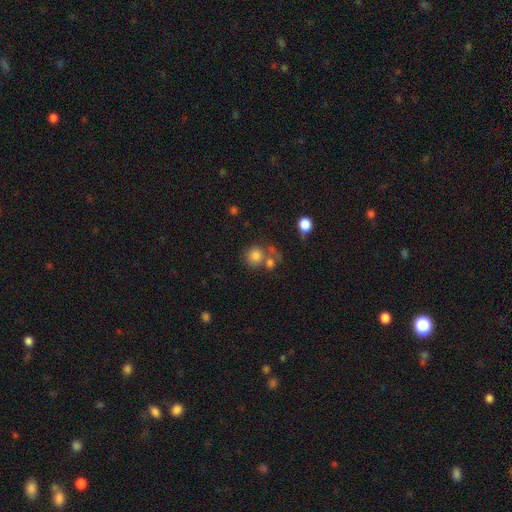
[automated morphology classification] Q: Smooth or featured?
A: smooth (79%); runner-up: star or artifact (11%)
Q: How rounded?
A: round (85%); runner-up: in between (14%)
Q: Merging?
A: none (50%); runner-up: merger (30%)